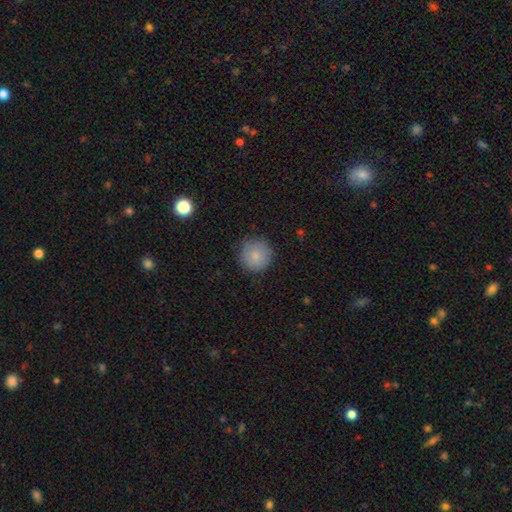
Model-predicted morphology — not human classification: This appears to be a smooth galaxy with no disk features (83%) that is round (95%). Merging: none (85%).